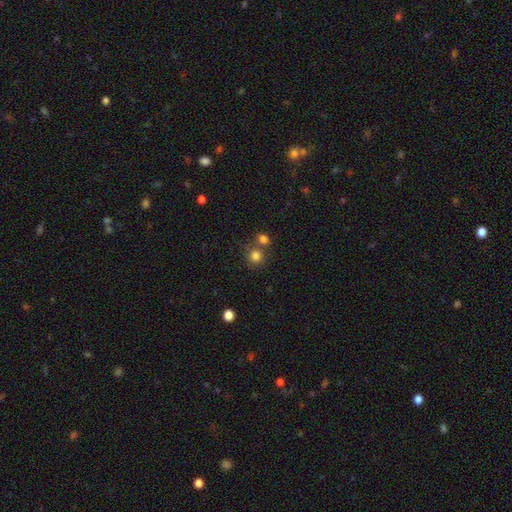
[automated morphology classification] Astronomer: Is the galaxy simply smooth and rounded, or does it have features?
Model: smooth — 81%.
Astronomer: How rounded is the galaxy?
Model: round — 89%.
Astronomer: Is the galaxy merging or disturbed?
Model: none — 62%.